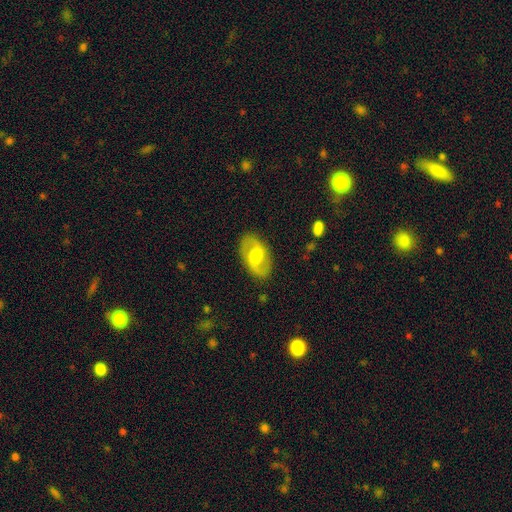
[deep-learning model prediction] featured or disk 70%, smooth 24%, star or artifact 6%. Down the decision tree: edge-on disk — no (95%); bar — weak (47%); spiral arms — yes (83%); spiral arm count — 2 (90%); spiral winding — medium (52%); bulge size — moderate (55%); merging — none (84%).